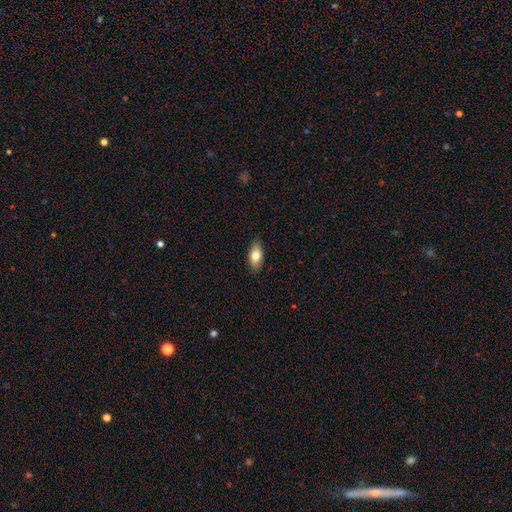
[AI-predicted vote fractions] Smooth or featured? Predicted: smooth (p=0.78). How rounded? Predicted: in between (p=0.89). Merging? Predicted: none (p=0.87).